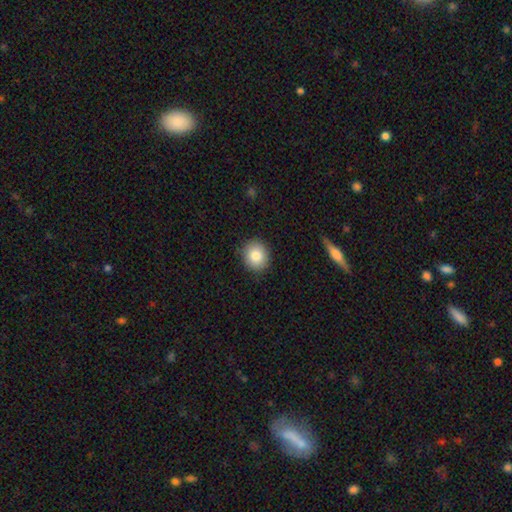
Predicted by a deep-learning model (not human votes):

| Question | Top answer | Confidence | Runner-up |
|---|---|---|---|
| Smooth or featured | smooth | 83% | star or artifact (9%) |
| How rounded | round | 81% | in between (18%) |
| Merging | none | 89% | minor disturbance (8%) |